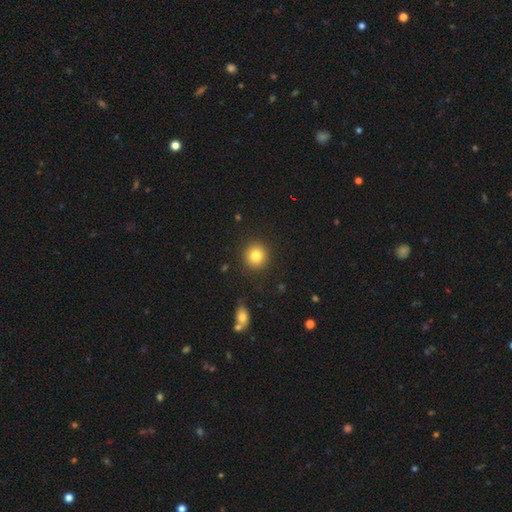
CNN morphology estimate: smooth 82%, star or artifact 11%, featured or disk 8%. Down the decision tree: how rounded — round (93%); merging — none (91%).